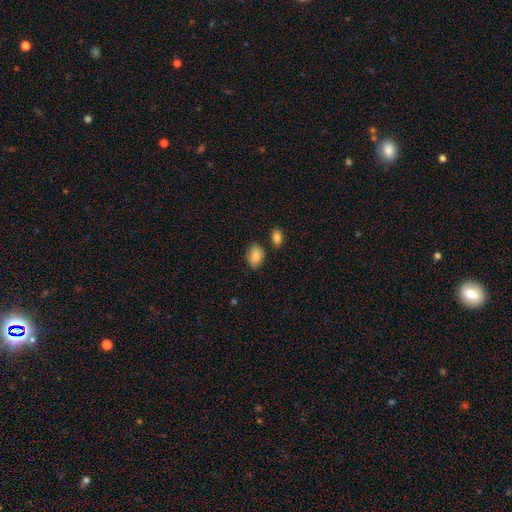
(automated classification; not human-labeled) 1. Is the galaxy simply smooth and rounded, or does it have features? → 86% smooth, 7% star or artifact, 7% featured or disk.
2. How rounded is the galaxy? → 80% in between, 18% round, 1% cigar-shaped.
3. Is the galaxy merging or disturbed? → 77% none, 14% minor disturbance, 6% merger, 3% major disturbance.